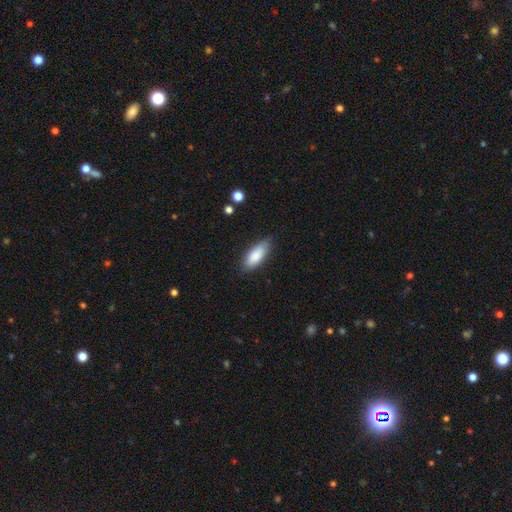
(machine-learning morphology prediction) smooth 85%, featured or disk 9%, star or artifact 6%. Down the decision tree: how rounded — in between (79%); merging — none (78%).